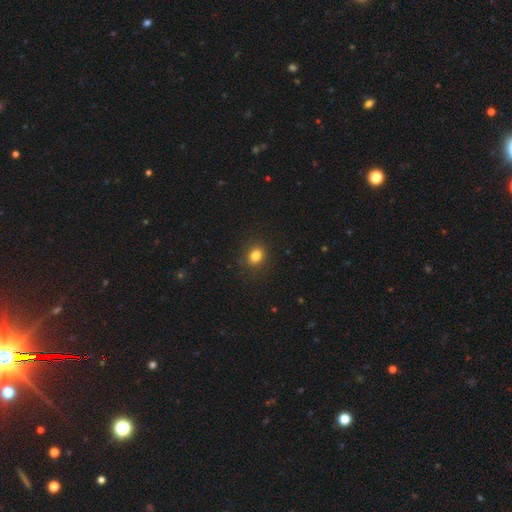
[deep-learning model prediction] A smooth galaxy with no disk features (82%) that is round (59%). Merging: none (86%).